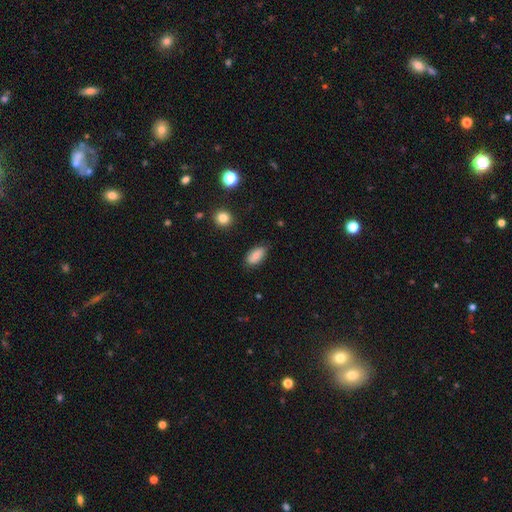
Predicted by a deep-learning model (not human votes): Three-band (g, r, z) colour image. It shows a smooth galaxy with no disk features (85%) that is in between round and cigar-shaped (92%). Merging: none (80%).